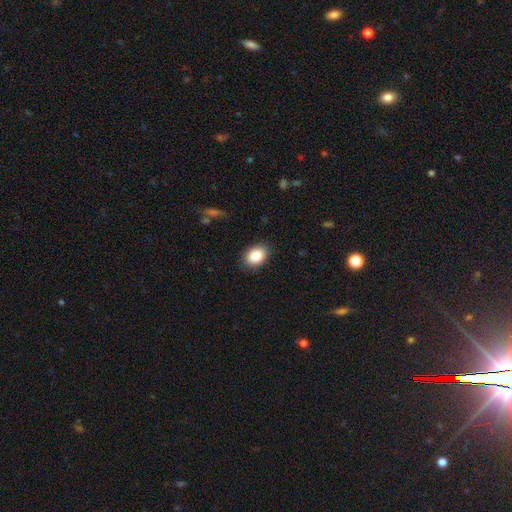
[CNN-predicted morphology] Smooth or featured: smooth — 88% (star or artifact — 7%)
How rounded: in between — 81% (round — 17%)
Merging: none — 86% (minor disturbance — 10%)